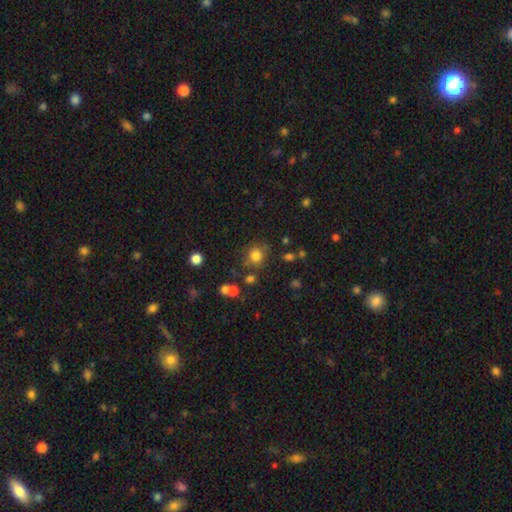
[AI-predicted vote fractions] Overall: smooth (78%). How rounded: round (87%). Merging: none (77%).